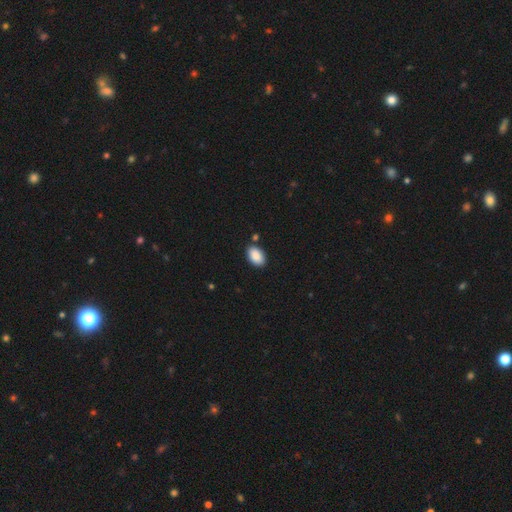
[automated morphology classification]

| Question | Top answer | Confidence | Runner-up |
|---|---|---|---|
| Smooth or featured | smooth | 90% | star or artifact (7%) |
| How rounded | in between | 92% | round (6%) |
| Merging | none | 85% | minor disturbance (10%) |